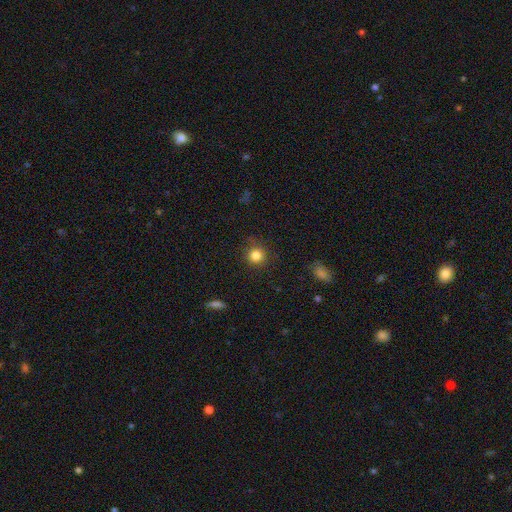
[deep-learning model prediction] The model was most divided on "smooth or featured": smooth: 84%, star or artifact: 12%, featured or disk: 5%. More confident: how rounded — round (93%); merging — none (86%).